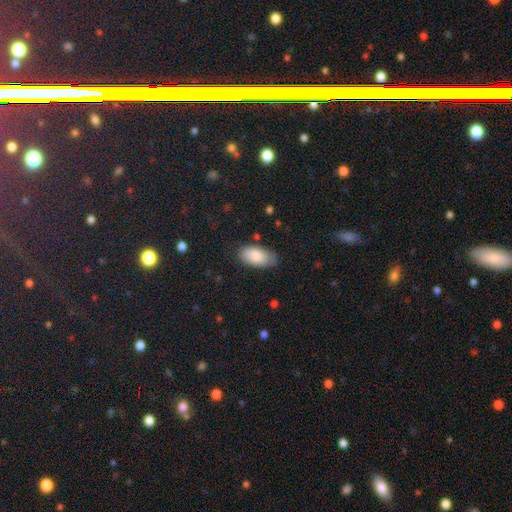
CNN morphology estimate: This appears to be a smooth galaxy with no disk features (85%) that is in between round and cigar-shaped (95%). Merging: none (75%).